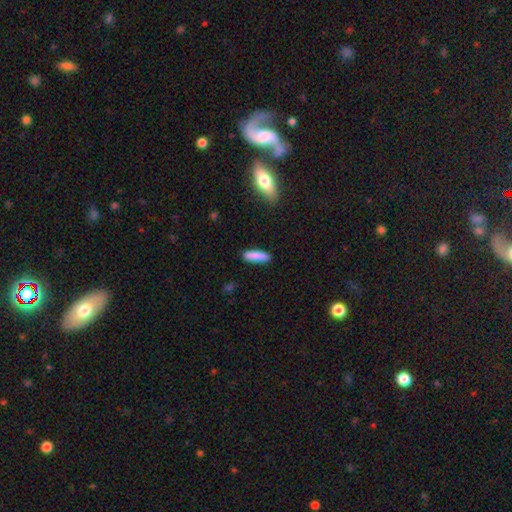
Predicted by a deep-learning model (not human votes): Smooth or featured? Predicted: smooth (p=0.86). How rounded? Predicted: cigar-shaped (p=0.68). Merging? Predicted: none (p=0.87).